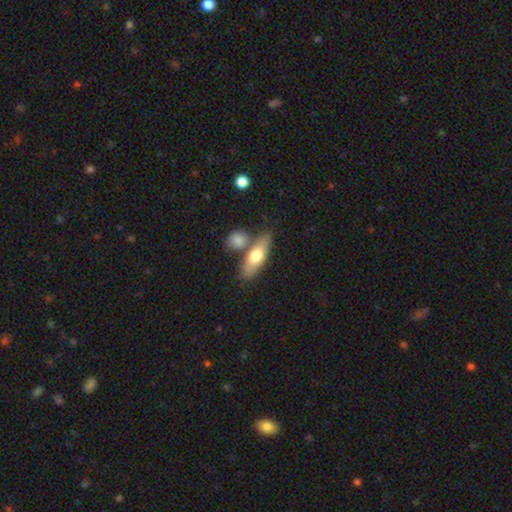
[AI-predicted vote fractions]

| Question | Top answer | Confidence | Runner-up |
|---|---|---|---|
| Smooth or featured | smooth | 66% | featured or disk (28%) |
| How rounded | in between | 59% | cigar-shaped (37%) |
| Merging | none | 59% | merger (26%) |